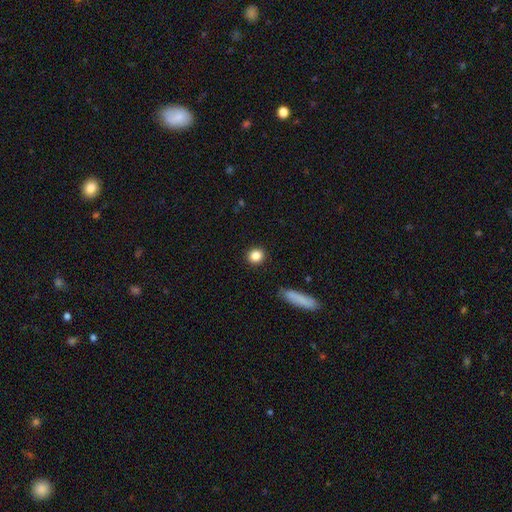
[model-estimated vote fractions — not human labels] A smooth galaxy with no disk features (85%) that is round (85%).

Vote fractions:
- Smooth or featured? smooth: 85% / star or artifact: 10% / featured or disk: 5%
- How rounded? round: 85% / in between: 13% / cigar-shaped: 2%
- Merging? none: 91% / minor disturbance: 6% / major disturbance: 2% / merger: 1%